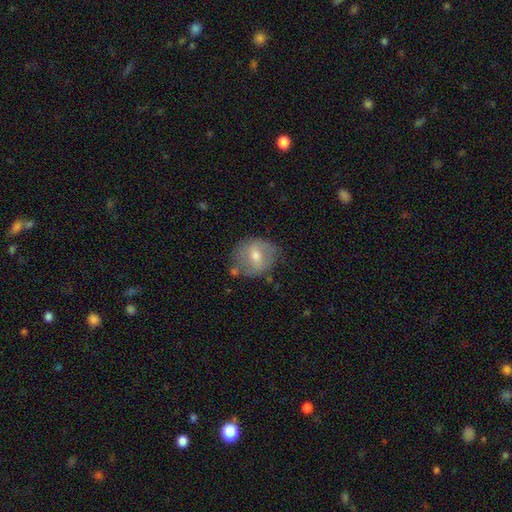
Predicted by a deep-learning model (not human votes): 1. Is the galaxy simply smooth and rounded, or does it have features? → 49% smooth, 42% featured or disk, 9% star or artifact.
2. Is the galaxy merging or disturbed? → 66% none, 22% minor disturbance, 7% major disturbance, 5% merger.